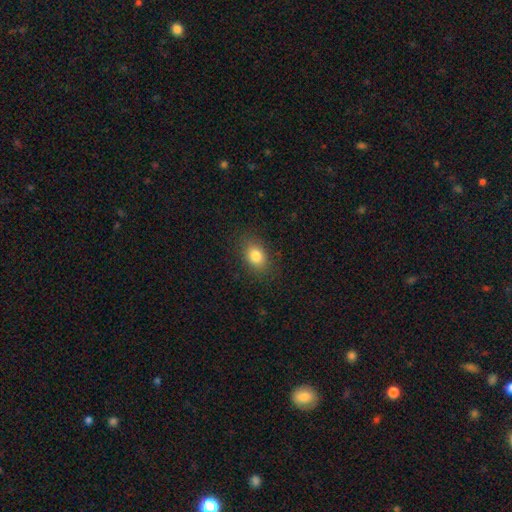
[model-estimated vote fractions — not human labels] Smooth or featured?
  - smooth: 82% *
  - star or artifact: 10%
  - featured or disk: 8%
How rounded?
  - in between: 72% *
  - round: 27%
  - cigar-shaped: 1%
Merging?
  - none: 85% *
  - minor disturbance: 10%
  - major disturbance: 4%
  - merger: 1%